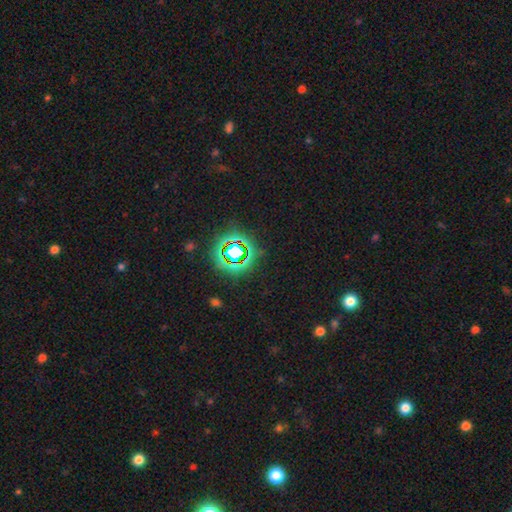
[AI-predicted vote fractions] Q: Smooth or featured?
A: star or artifact (73%); runner-up: smooth (18%)